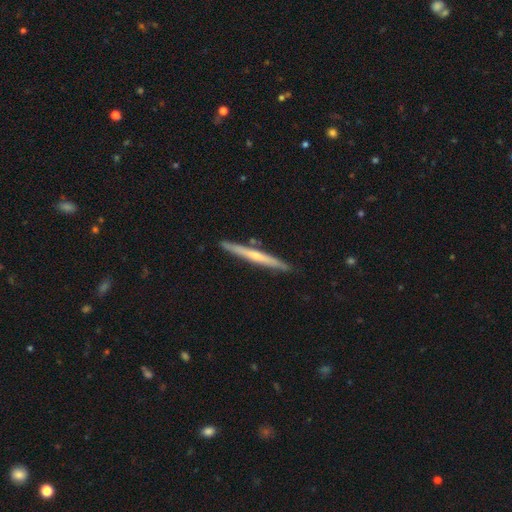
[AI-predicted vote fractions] A featured or disk galaxy (63%) viewed edge-on (96%) with a rounded central bulge (54%). Merging: none (87%).